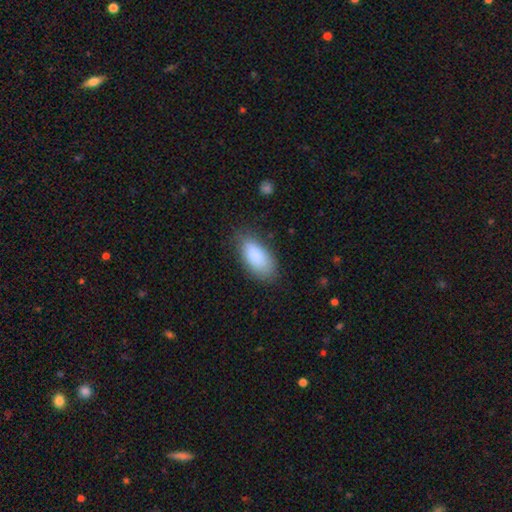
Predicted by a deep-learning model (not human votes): Smooth or featured?
  - smooth: 87% *
  - featured or disk: 6%
  - star or artifact: 6%
How rounded?
  - in between: 90% *
  - cigar-shaped: 7%
  - round: 2%
Merging?
  - none: 78% *
  - minor disturbance: 17%
  - major disturbance: 4%
  - merger: 1%